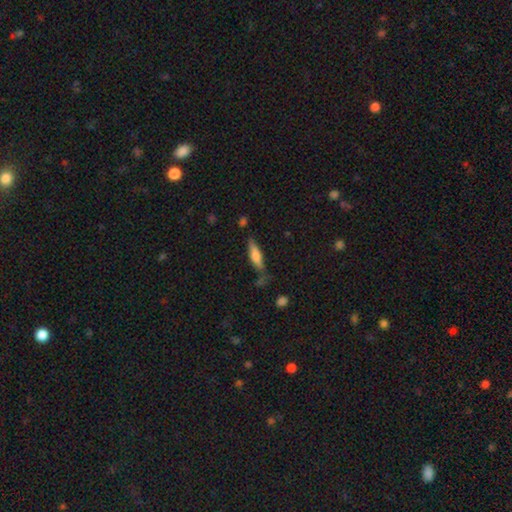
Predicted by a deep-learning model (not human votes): The model was most divided on "how rounded": cigar-shaped: 65%, in between: 33%, round: 2%. More confident: merging — none (67%); smooth or featured — smooth (67%).